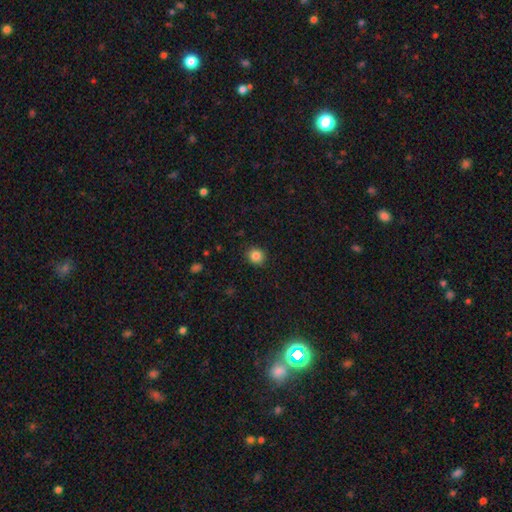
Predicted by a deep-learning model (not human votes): Morphology: type=smooth (85%); roundness=round (84%); merging=none (90%).